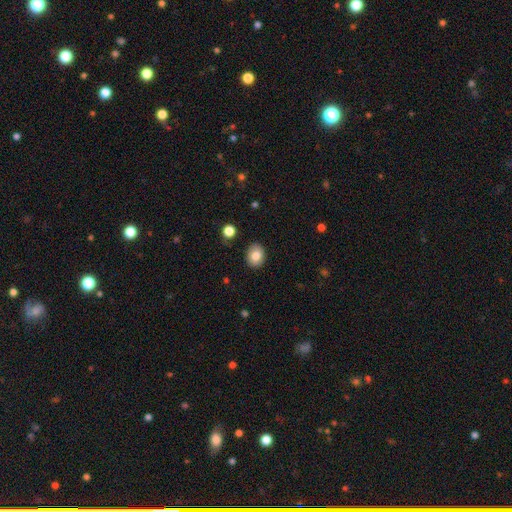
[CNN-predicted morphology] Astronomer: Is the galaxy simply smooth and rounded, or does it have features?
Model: smooth — 81%.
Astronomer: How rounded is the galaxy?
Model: in between — 52% (runner-up: round, 47%).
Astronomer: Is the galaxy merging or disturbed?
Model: none — 88%.